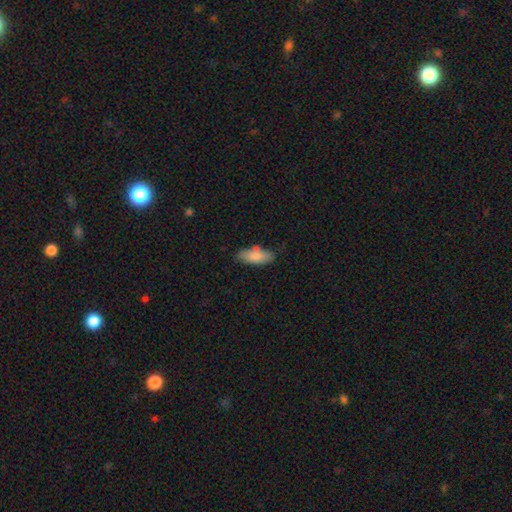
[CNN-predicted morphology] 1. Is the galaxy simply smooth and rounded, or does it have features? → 82% smooth, 12% featured or disk, 6% star or artifact.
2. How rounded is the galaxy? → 78% in between, 20% cigar-shaped, 2% round.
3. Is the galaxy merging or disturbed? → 67% none, 22% minor disturbance, 6% merger, 5% major disturbance.